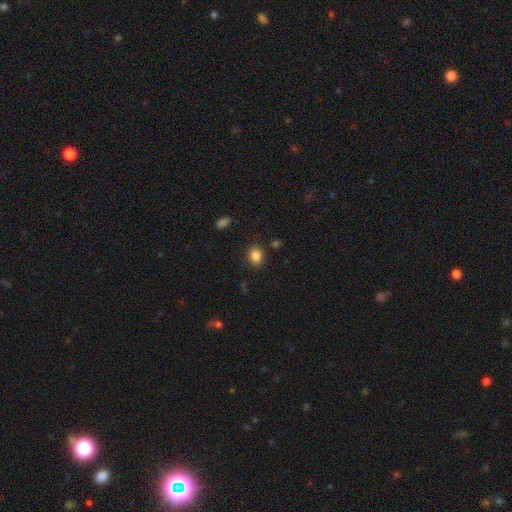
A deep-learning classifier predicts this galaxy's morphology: Overall: smooth (85%). How rounded: round (60%; in between 39%). Merging: none (87%).